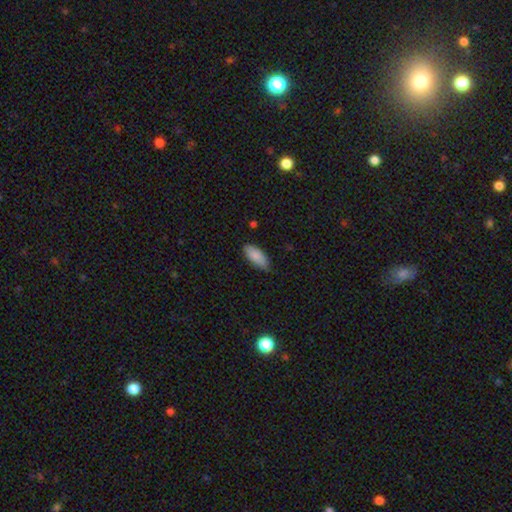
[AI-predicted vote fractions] Q: Smooth or featured?
A: smooth (88%); runner-up: featured or disk (6%)
Q: How rounded?
A: in between (87%); runner-up: cigar-shaped (11%)
Q: Merging?
A: none (76%); runner-up: minor disturbance (20%)